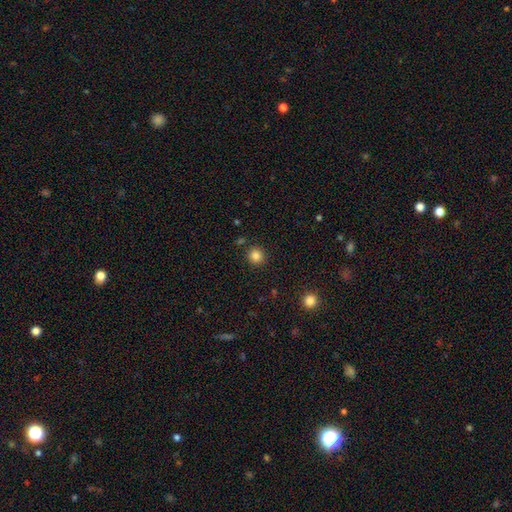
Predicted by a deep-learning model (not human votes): smooth-or-featured: smooth: 84% | star or artifact: 12% | featured or disk: 4%
  how-rounded: round: 93% | in between: 6% | cigar-shaped: 1%
  merging: none: 89% | minor disturbance: 6% | merger: 3% | major disturbance: 2%